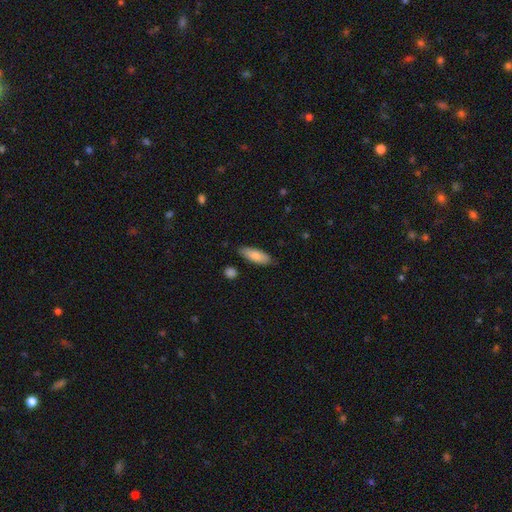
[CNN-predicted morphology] Smooth or featured? Predicted: smooth (p=0.82). How rounded? Predicted: in between (p=0.65). Merging? Predicted: none (p=0.83).